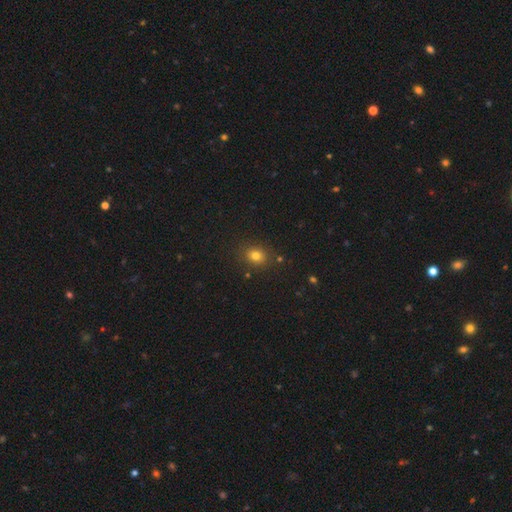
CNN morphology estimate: smooth_or_featured: smooth (p=0.77) [alt: star or artifact p=0.16]
how_rounded: round (p=0.63) [alt: in between p=0.36]
merging: none (p=0.84) [alt: minor disturbance p=0.10]